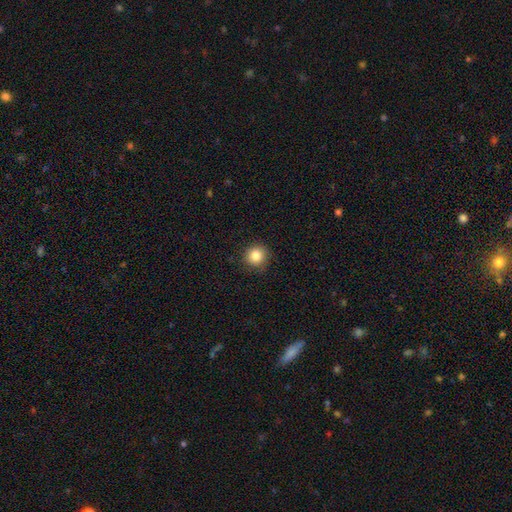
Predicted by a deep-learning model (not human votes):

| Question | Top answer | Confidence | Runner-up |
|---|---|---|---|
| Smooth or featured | smooth | 84% | star or artifact (11%) |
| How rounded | round | 93% | in between (6%) |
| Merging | none | 88% | minor disturbance (9%) |